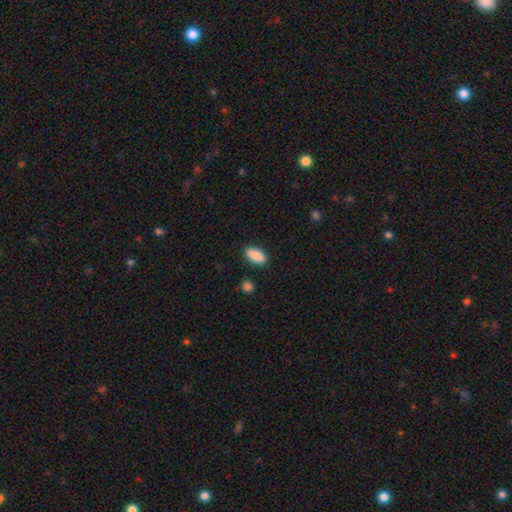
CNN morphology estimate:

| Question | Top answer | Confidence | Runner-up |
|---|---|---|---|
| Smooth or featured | smooth | 90% | star or artifact (7%) |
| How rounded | in between | 89% | cigar-shaped (9%) |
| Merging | none | 87% | minor disturbance (9%) |